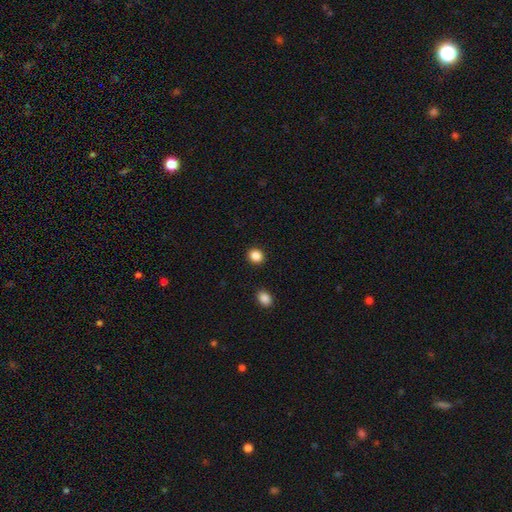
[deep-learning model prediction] A smooth galaxy with no disk features (88%) that is round (73%). Merging: none (90%).